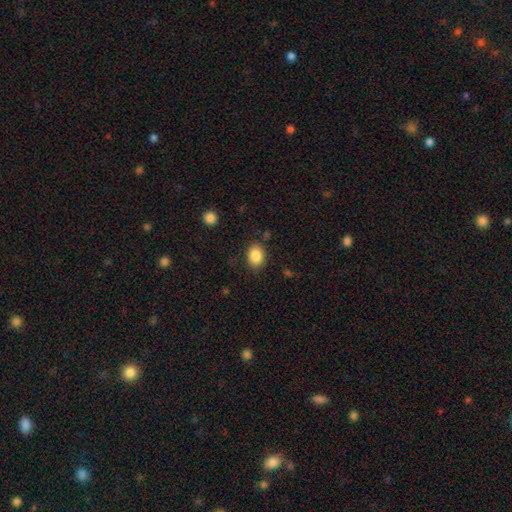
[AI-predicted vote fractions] A smooth galaxy with no disk features (86%) that is in between round and cigar-shaped (60%). Merging: none (84%).